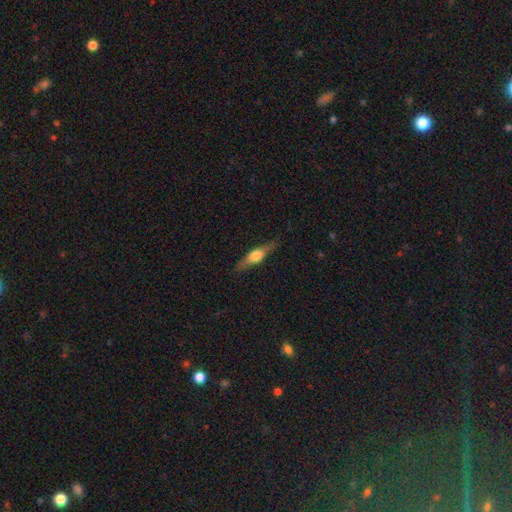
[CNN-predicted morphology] A featured or disk galaxy (55%) viewed edge-on (94%) with a rounded central bulge (92%).

Vote fractions:
- Smooth or featured? featured or disk: 55% / smooth: 39% / star or artifact: 6%
- Edge-on disk? yes: 94% / no: 6%
- Edge-on bulge? rounded: 92% / boxy: 6% / none: 2%
- Merging? none: 85% / minor disturbance: 11% / major disturbance: 3% / merger: 1%